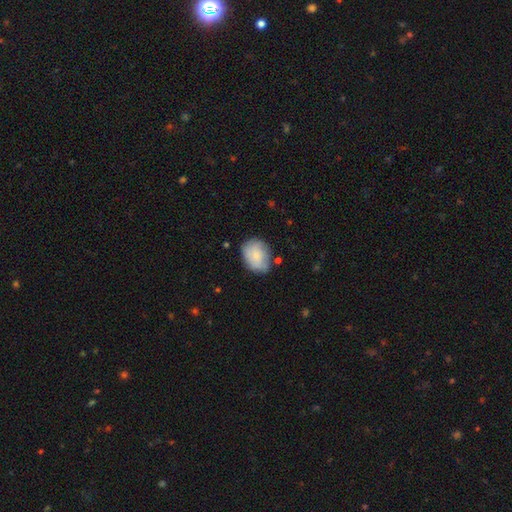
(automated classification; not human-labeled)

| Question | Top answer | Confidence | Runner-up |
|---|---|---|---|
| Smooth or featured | smooth | 75% | featured or disk (18%) |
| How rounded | in between | 66% | round (33%) |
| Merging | none | 68% | minor disturbance (23%) |